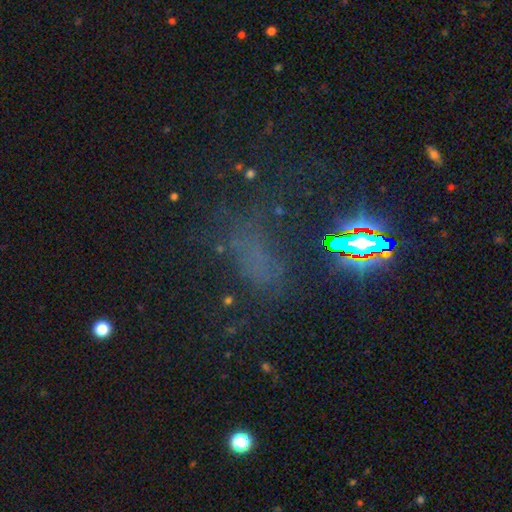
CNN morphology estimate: star or artifact 55%, smooth 28%, featured or disk 16%.